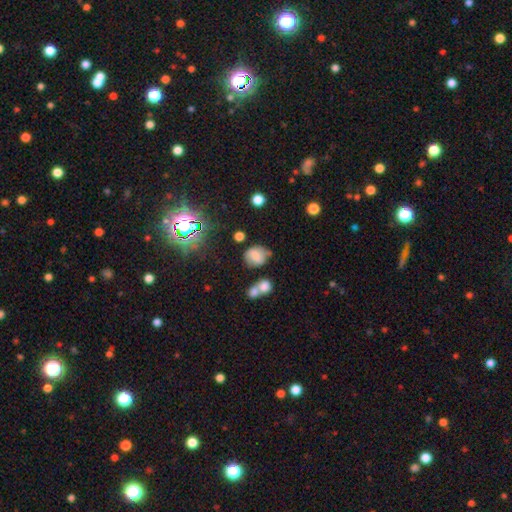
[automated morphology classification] This appears to be a smooth galaxy with no disk features (65%) that is round (57%). Merging: none (52%).